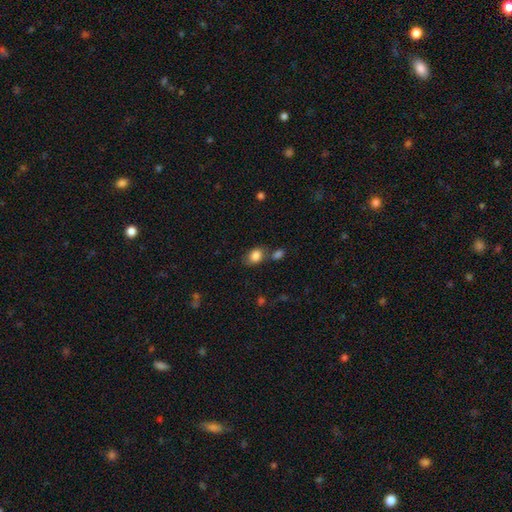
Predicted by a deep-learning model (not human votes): smooth_or_featured: smooth (p=0.85) [alt: star or artifact p=0.09]
how_rounded: in between (p=0.71) [alt: round p=0.28]
merging: none (p=0.59) [alt: merger p=0.19]